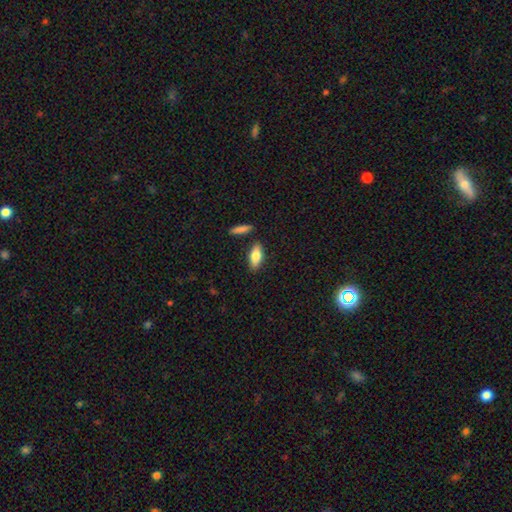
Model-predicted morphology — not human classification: This is likely a smooth galaxy (74%). How rounded: likely in between (73%). Merging: clearly none (84%).